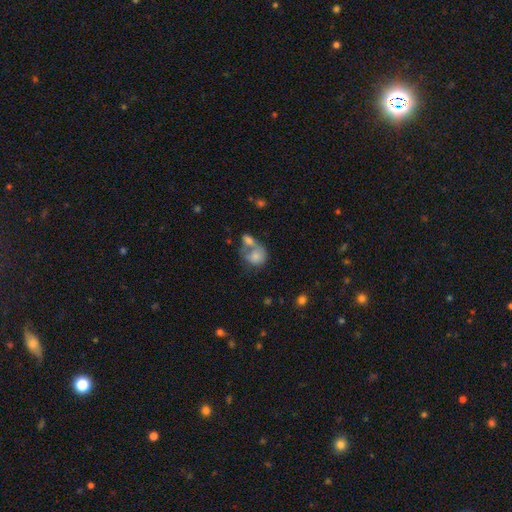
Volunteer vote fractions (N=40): smooth-or-featured: smooth: 65% | featured or disk: 25% | star or artifact: 10%
  how-rounded: in between: 58% | round: 42% | cigar-shaped: 0%
  merging: merger: 58% | major disturbance: 25% | minor disturbance: 11% | none: 6%